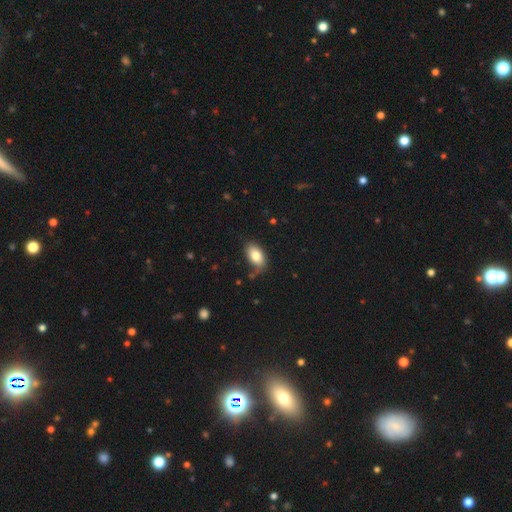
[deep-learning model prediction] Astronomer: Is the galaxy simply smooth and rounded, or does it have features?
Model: smooth — 82%.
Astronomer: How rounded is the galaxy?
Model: in between — 93%.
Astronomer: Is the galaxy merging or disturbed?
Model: none — 75%.